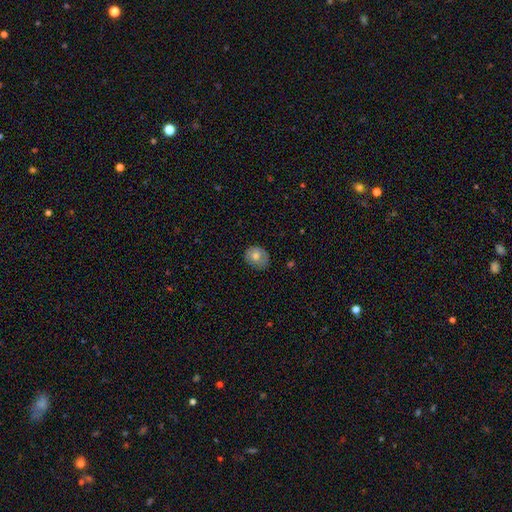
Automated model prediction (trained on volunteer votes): A smooth galaxy with no disk features (71%) that is round (63%). Merging: none (75%).